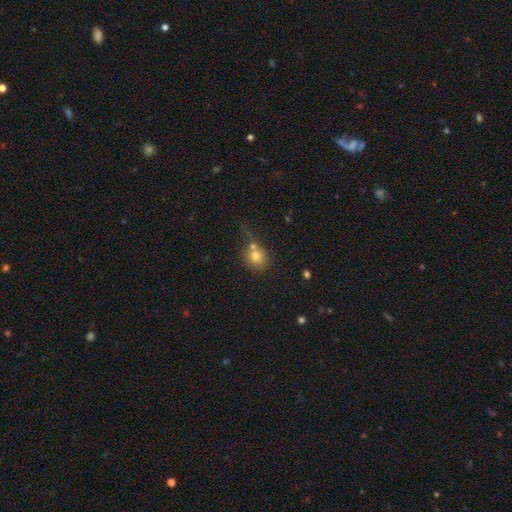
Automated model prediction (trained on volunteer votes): Smooth or featured: smooth — 74% (featured or disk — 13%)
How rounded: round — 76% (in between — 23%)
Merging: none — 43% (merger — 39%)